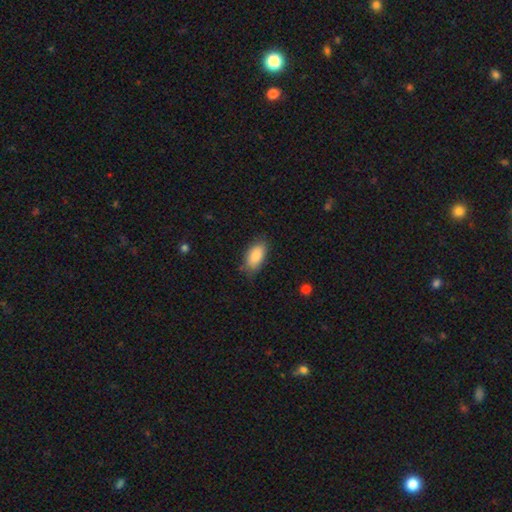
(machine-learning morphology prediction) type=smooth (86%); roundness=in between (93%); merging=none (75%).